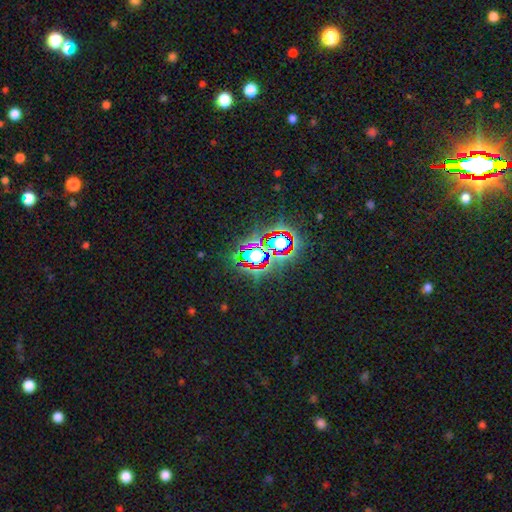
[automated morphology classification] type=star or artifact (77%).